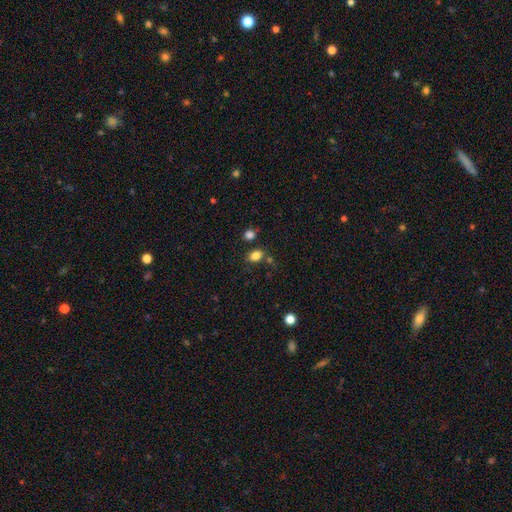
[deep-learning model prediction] Smooth or featured? smooth (83%)
How rounded? in between (72%)
Merging? none (72%)